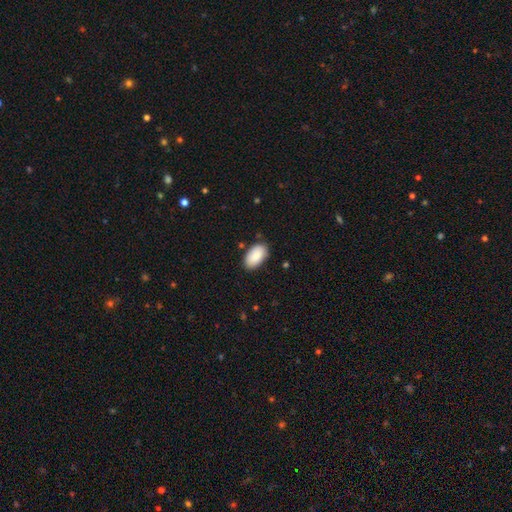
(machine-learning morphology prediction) This is clearly a smooth galaxy (88%). How rounded: clearly in between (95%). Merging: clearly none (84%).